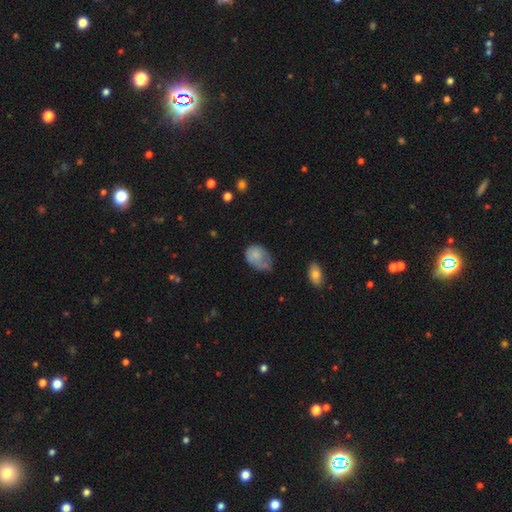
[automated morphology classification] The model was most divided on "merging": minor disturbance: 38%, none: 29%, major disturbance: 28%, merger: 6%. More confident: how rounded — in between (73%); smooth or featured — smooth (71%).